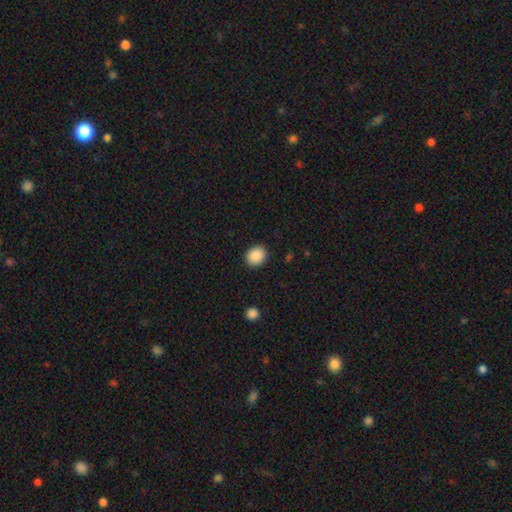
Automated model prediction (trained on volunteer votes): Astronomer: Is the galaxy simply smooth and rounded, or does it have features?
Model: smooth — 88%.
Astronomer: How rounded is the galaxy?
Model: round — 65%.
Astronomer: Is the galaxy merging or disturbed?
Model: none — 90%.